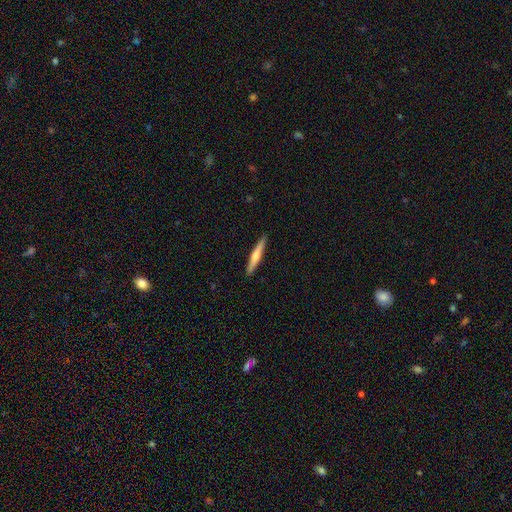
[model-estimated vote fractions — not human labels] A featured or disk galaxy (49%). Merging: none (92%).